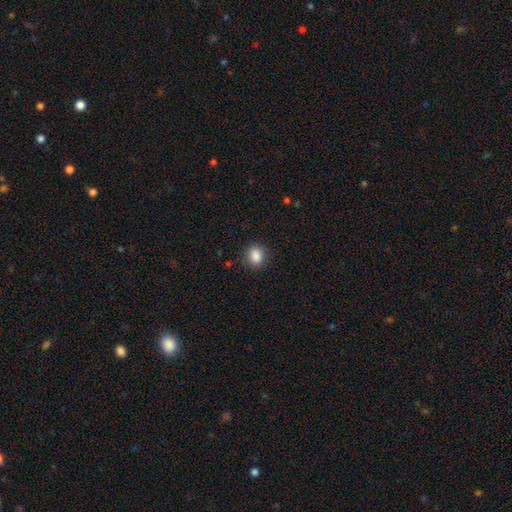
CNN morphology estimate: Smooth or featured? smooth (87%)
How rounded? round (63%)
Merging? none (87%)